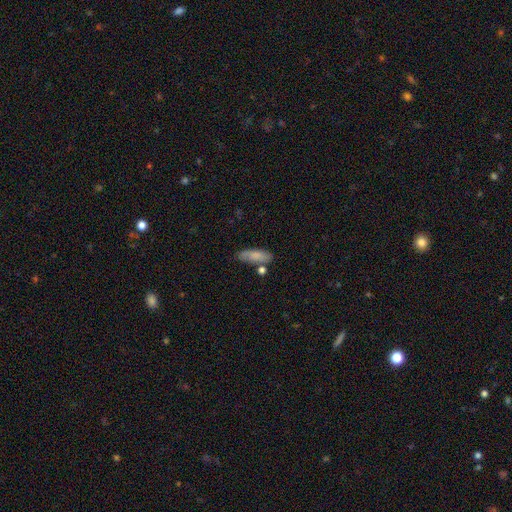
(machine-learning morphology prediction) smooth-or-featured: smooth: 78% | featured or disk: 15% | star or artifact: 7%
  how-rounded: in between: 68% | cigar-shaped: 30% | round: 3%
  merging: none: 67% | minor disturbance: 18% | merger: 10% | major disturbance: 5%